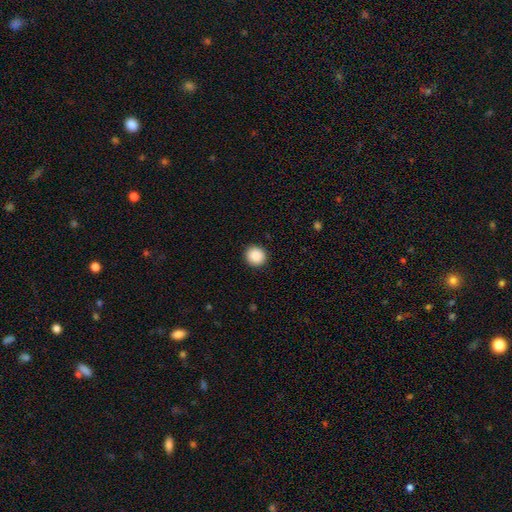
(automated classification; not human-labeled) Smooth or featured: smooth — 89% (star or artifact — 8%)
How rounded: round — 92% (in between — 7%)
Merging: none — 92% (minor disturbance — 5%)